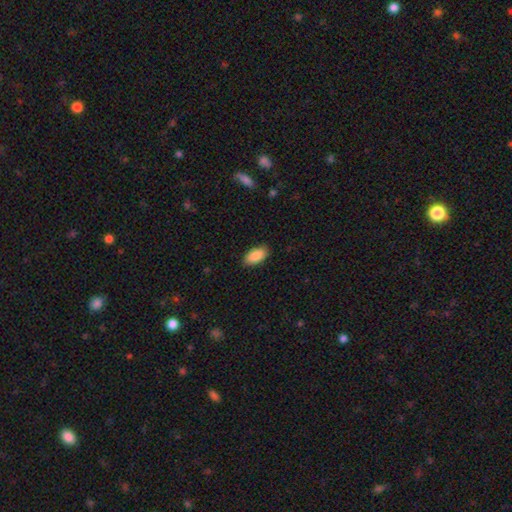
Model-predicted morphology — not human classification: smooth-or-featured: smooth: 88% | star or artifact: 6% | featured or disk: 5%
  how-rounded: in between: 93% | cigar-shaped: 4% | round: 2%
  merging: none: 88% | minor disturbance: 9% | major disturbance: 2% | merger: 1%